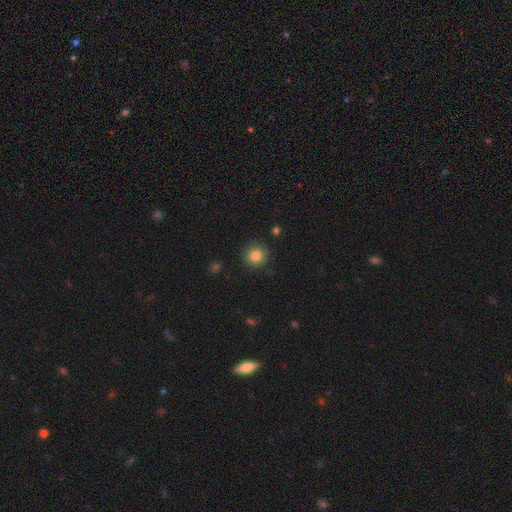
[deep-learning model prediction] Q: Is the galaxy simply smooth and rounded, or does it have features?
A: smooth — 83%.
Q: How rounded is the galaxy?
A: round — 94%.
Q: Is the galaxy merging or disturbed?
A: none — 90%.